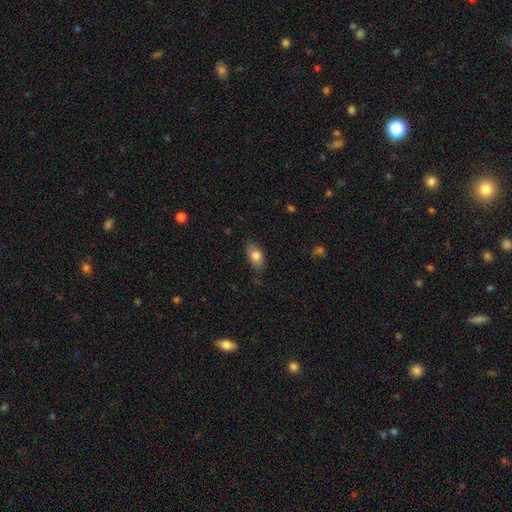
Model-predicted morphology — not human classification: Smooth or featured? smooth (79%)
How rounded? in between (90%)
Merging? none (80%)